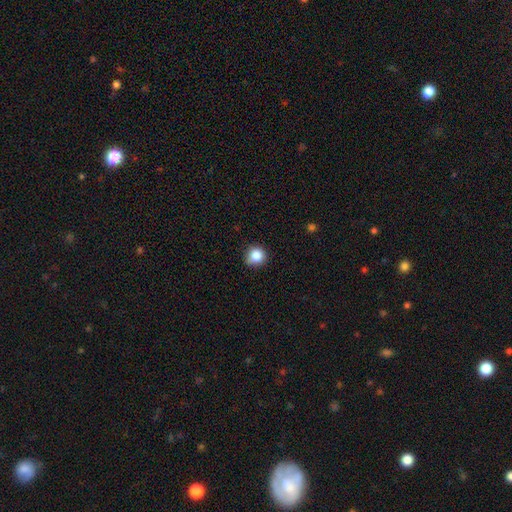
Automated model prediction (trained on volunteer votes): Morphology: type=smooth (85%); roundness=round (91%); merging=none (79%).